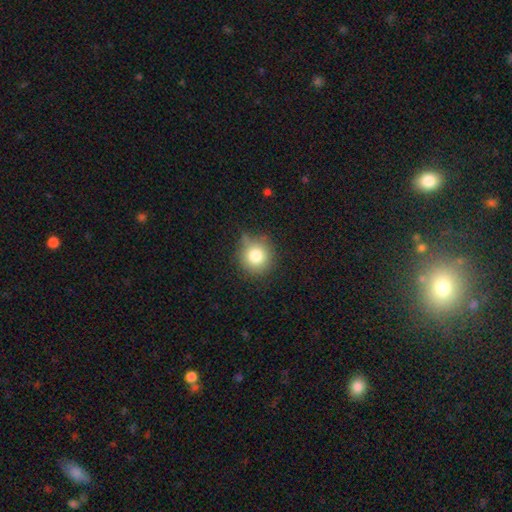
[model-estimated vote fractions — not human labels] A smooth galaxy with no disk features (80%) that is round (91%). Merging: none (72%).